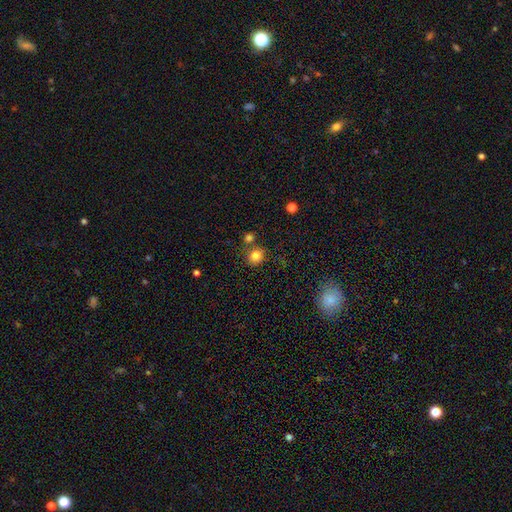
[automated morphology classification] Overall: smooth (83%). How rounded: round (81%). Merging: none (70%).